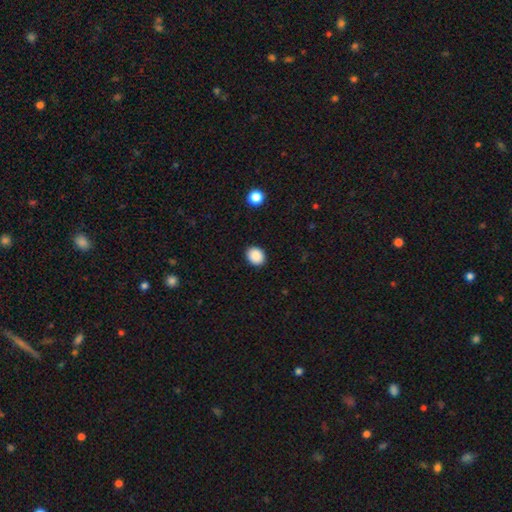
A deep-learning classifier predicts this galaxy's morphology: Smooth or featured: smooth — 89% (star or artifact — 8%)
How rounded: round — 55% (in between — 44%)
Merging: none — 91% (minor disturbance — 6%)